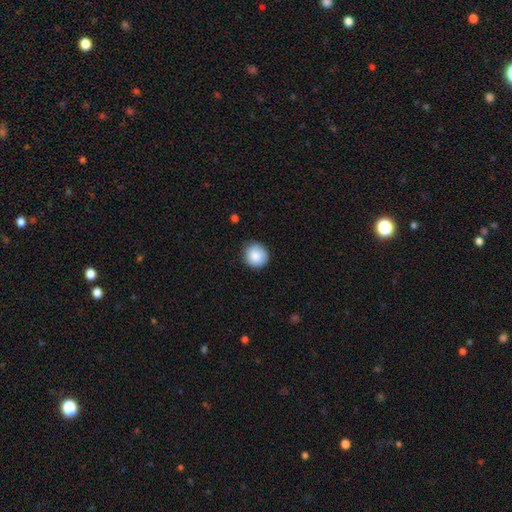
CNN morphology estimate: Smooth or featured? smooth (87%)
How rounded? round (90%)
Merging? none (83%)